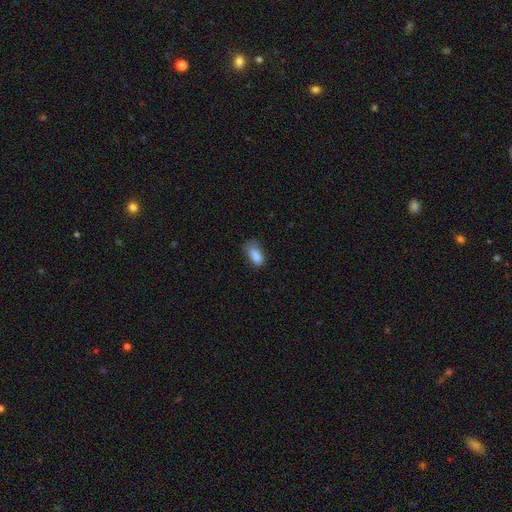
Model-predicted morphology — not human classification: smooth_or_featured: smooth (p=0.84) [alt: star or artifact p=0.09]
how_rounded: in between (p=0.89) [alt: cigar-shaped p=0.07]
merging: none (p=0.50) [alt: minor disturbance p=0.34]